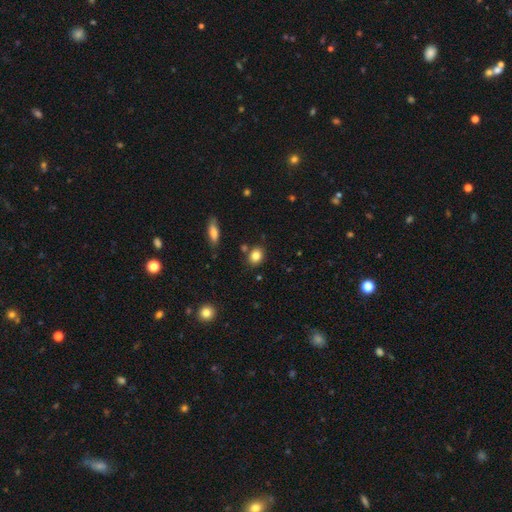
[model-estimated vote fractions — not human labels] Smooth or featured? smooth (83%)
How rounded? round (53%)
Merging? none (82%)